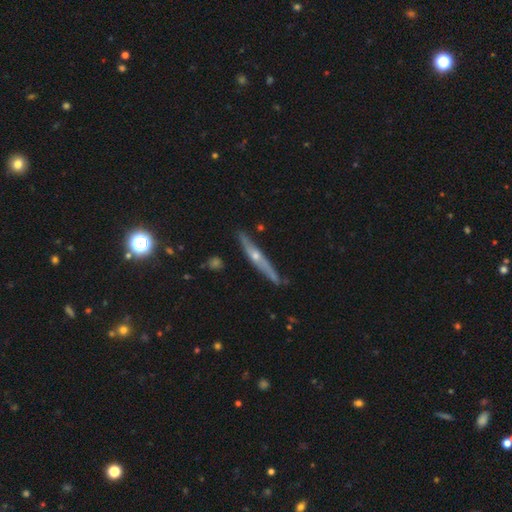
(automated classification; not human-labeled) The model was most divided on "smooth or featured": featured or disk: 71%, smooth: 22%, star or artifact: 6%. More confident: edge-on disk — yes (94%); merging — none (82%); edge-on bulge — rounded (81%).